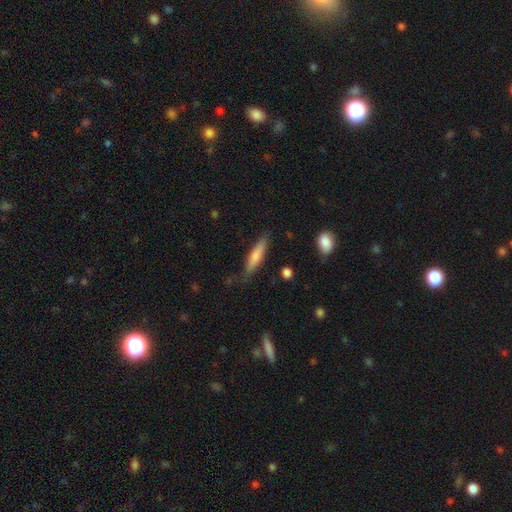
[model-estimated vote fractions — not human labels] The model was most divided on "smooth or featured": smooth: 71%, featured or disk: 23%, star or artifact: 6%. More confident: how rounded — cigar-shaped (79%); merging — none (76%).